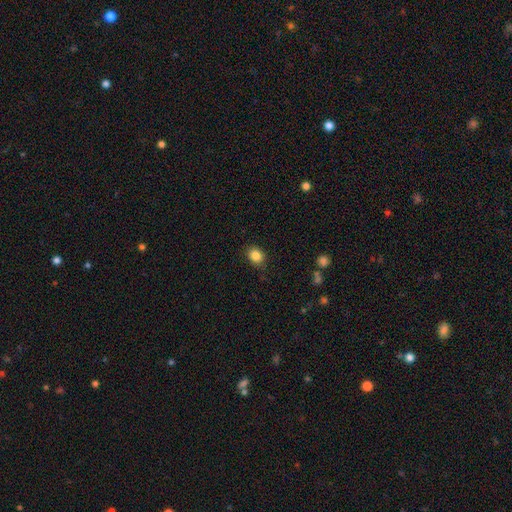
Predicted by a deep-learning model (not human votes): Overall: smooth (85%). How rounded: round (51%; in between 48%). Merging: none (85%).